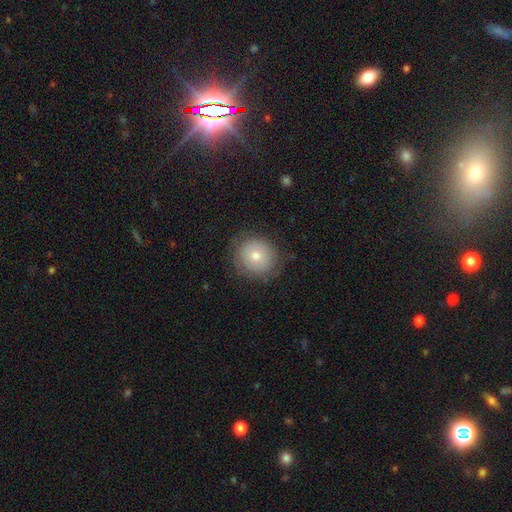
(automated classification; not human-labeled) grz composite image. It shows a smooth galaxy with no disk features (67%) that is round (90%). Merging: none (81%).